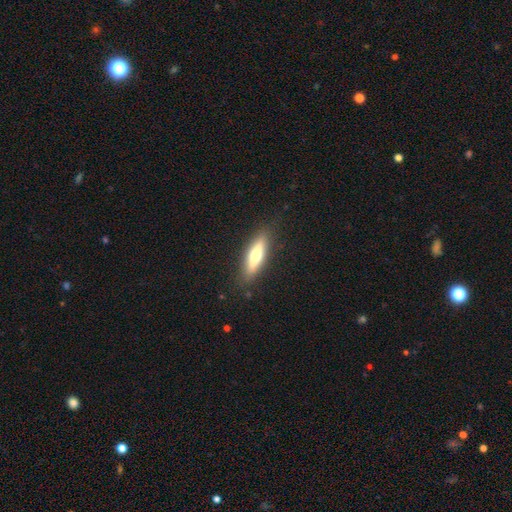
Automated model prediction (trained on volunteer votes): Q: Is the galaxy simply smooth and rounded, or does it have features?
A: smooth — 52%.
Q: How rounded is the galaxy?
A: cigar-shaped — 67%.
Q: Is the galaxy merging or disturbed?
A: none — 87%.